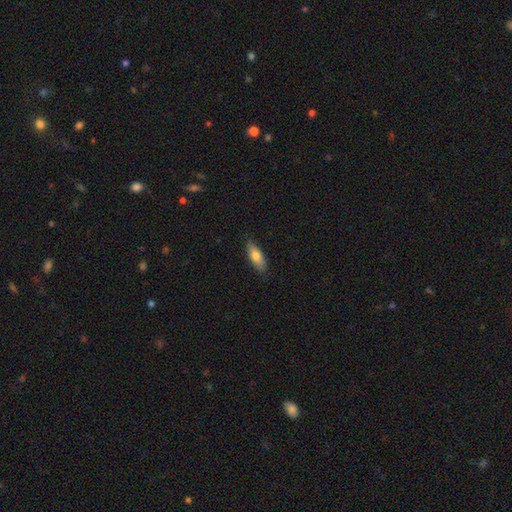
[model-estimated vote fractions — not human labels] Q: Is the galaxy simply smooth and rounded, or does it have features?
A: smooth — 74%.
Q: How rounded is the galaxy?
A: in between — 63%.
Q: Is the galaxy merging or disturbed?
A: none — 86%.